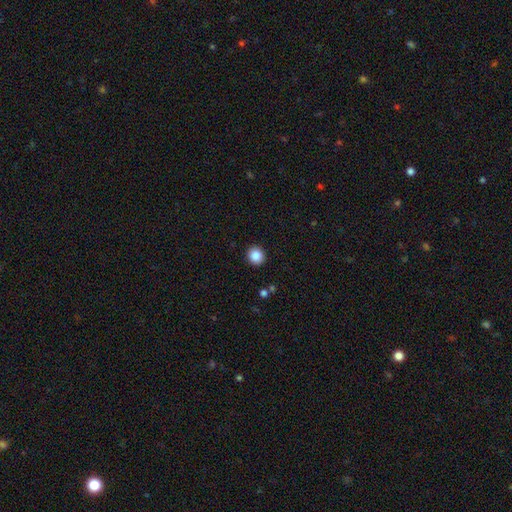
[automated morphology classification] smooth 87%, star or artifact 9%, featured or disk 3%. Down the decision tree: how rounded — round (88%); merging — none (92%).